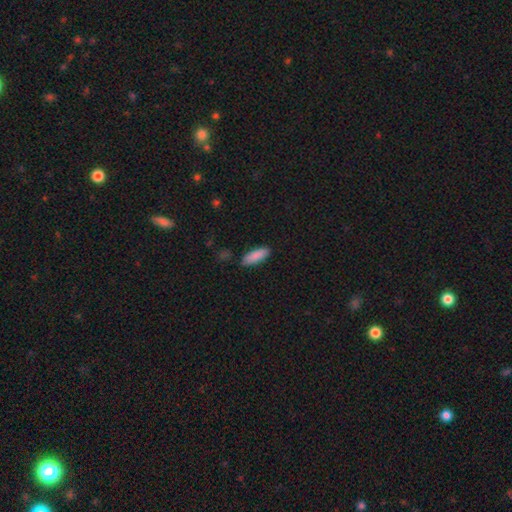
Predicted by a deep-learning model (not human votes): A smooth galaxy with no disk features (88%) that is in between round and cigar-shaped (66%). Merging: none (87%).